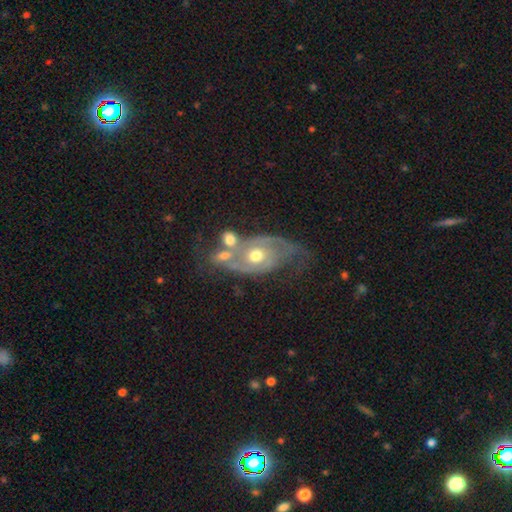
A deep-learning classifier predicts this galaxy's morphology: featured or disk 79%, smooth 14%, star or artifact 7%. Down the decision tree: edge-on disk — no (95%); bar — no (76%); spiral arms — yes (85%); spiral arm count — 2 (69%); spiral winding — medium (39%, tied with tight); bulge size — moderate (73%); merging — none (36%).